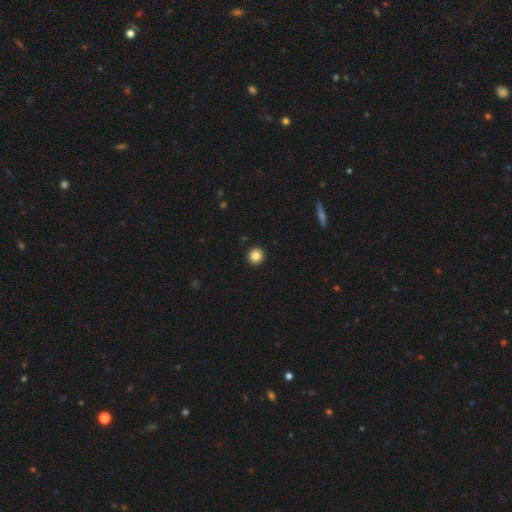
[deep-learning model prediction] A smooth galaxy with no disk features (84%) that is round (95%).

Vote fractions:
- Smooth or featured? smooth: 84% / star or artifact: 10% / featured or disk: 6%
- How rounded? round: 95% / in between: 4% / cigar-shaped: 1%
- Merging? none: 94% / minor disturbance: 4% / major disturbance: 1% / merger: 1%